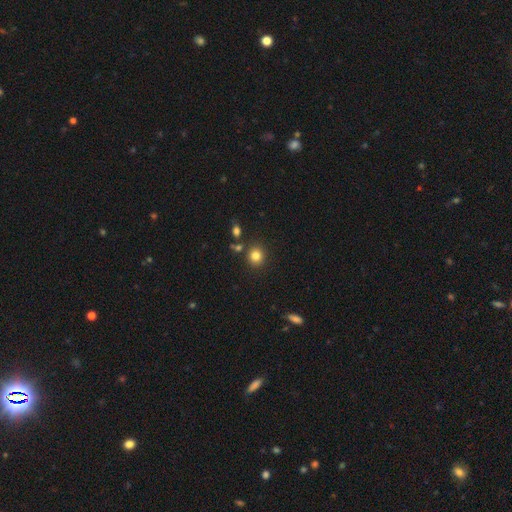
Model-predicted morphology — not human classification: Smooth or featured? Predicted: smooth (p=0.82). How rounded? Predicted: round (p=0.85). Merging? Predicted: none (p=0.83).